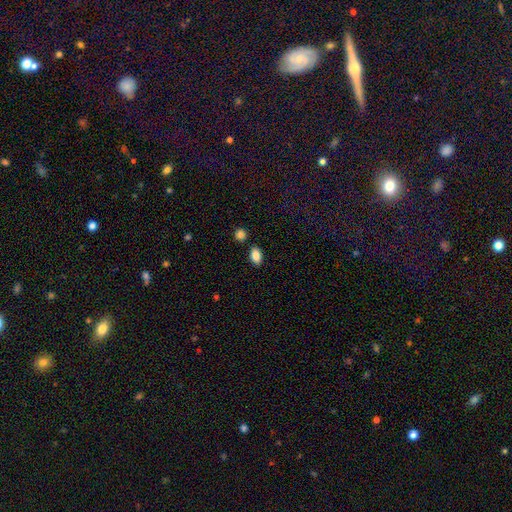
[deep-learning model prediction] Smooth or featured? smooth (87%)
How rounded? in between (88%)
Merging? none (84%)